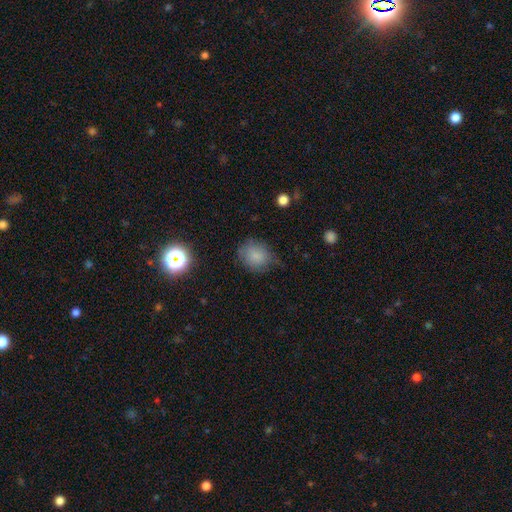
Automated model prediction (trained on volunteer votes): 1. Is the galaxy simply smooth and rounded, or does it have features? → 81% smooth, 10% star or artifact, 8% featured or disk.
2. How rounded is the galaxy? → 67% round, 32% in between, 1% cigar-shaped.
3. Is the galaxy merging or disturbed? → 63% none, 27% minor disturbance, 8% major disturbance, 2% merger.